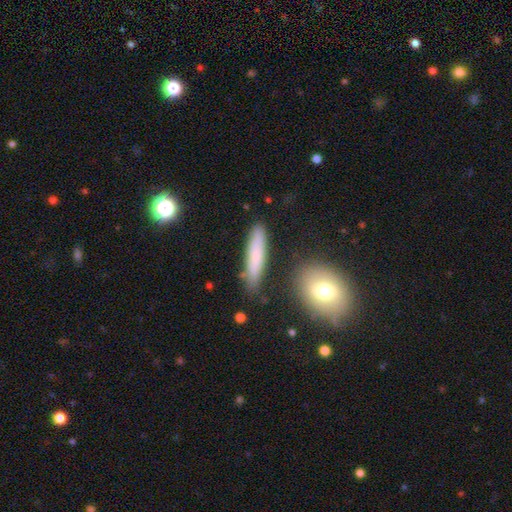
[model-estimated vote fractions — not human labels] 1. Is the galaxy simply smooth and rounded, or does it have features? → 73% smooth, 20% featured or disk, 7% star or artifact.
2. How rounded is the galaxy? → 86% cigar-shaped, 12% in between, 2% round.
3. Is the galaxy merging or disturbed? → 83% none, 11% minor disturbance, 3% merger, 2% major disturbance.